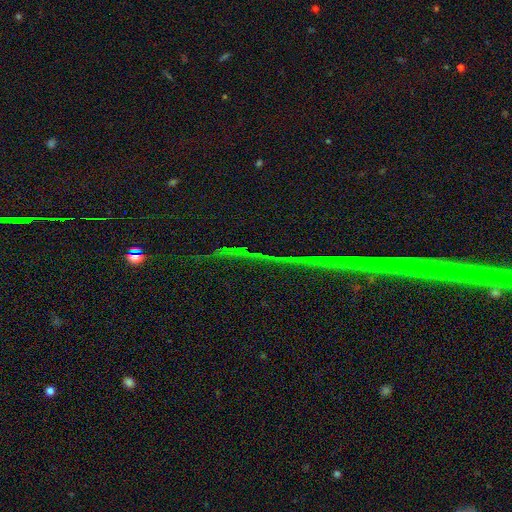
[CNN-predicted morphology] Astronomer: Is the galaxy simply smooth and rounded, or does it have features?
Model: star or artifact — 86%.